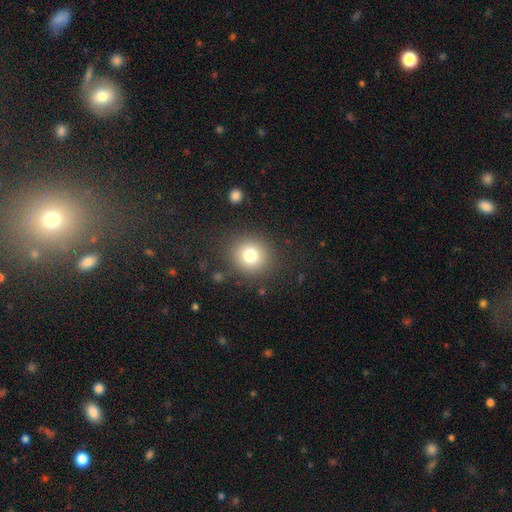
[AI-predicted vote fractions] smooth_or_featured: smooth (p=0.66) [alt: star or artifact p=0.26]
how_rounded: round (p=0.90) [alt: in between p=0.09]
merging: none (p=0.88) [alt: minor disturbance p=0.07]